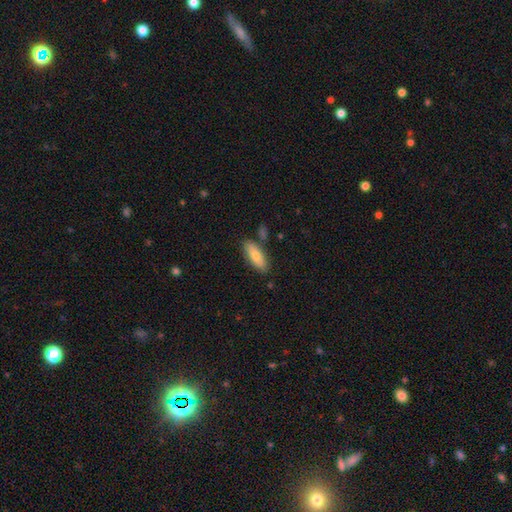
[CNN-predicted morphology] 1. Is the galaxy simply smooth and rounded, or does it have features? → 77% smooth, 17% featured or disk, 6% star or artifact.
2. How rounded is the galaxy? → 75% in between, 23% cigar-shaped, 2% round.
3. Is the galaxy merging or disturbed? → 79% none, 13% minor disturbance, 5% merger, 3% major disturbance.